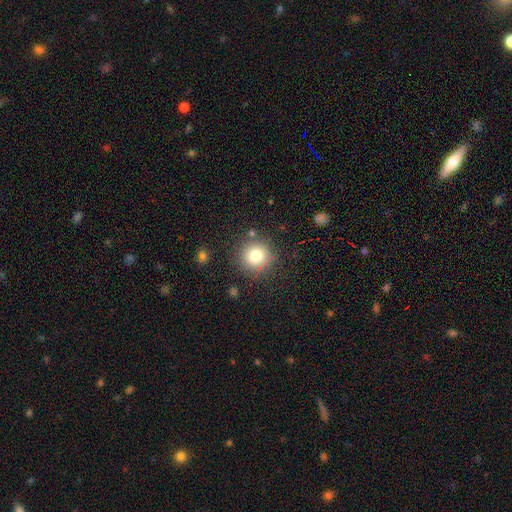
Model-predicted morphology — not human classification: Overall: smooth (78%). How rounded: round (94%). Merging: none (85%).